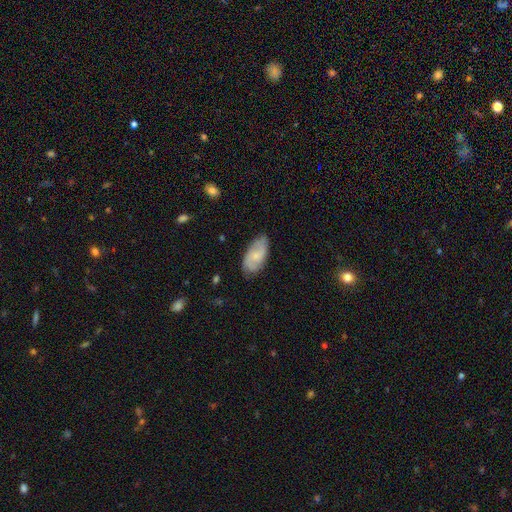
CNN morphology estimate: Q: Smooth or featured?
A: smooth (48%); runner-up: featured or disk (45%)
Q: Merging?
A: none (75%); runner-up: minor disturbance (20%)